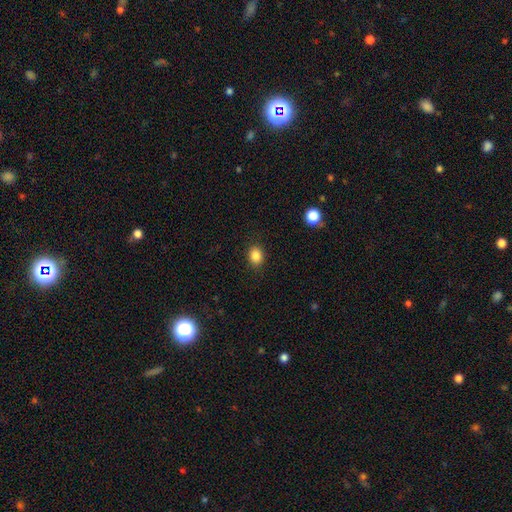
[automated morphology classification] Overall: smooth (86%). How rounded: in between (55%; round 44%). Merging: none (88%).